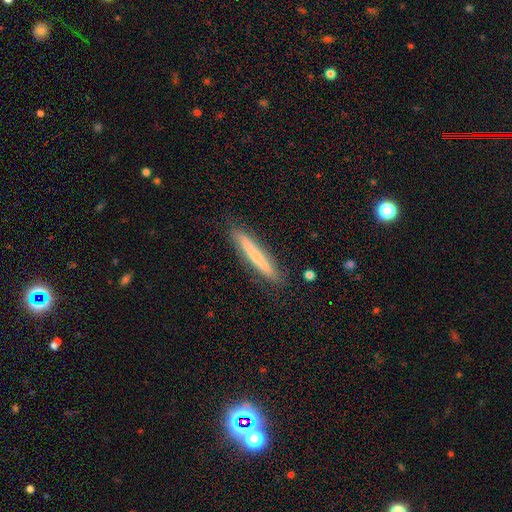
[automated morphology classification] smooth 55%, featured or disk 38%, star or artifact 7%. Down the decision tree: how rounded — cigar-shaped (95%); merging — none (87%).